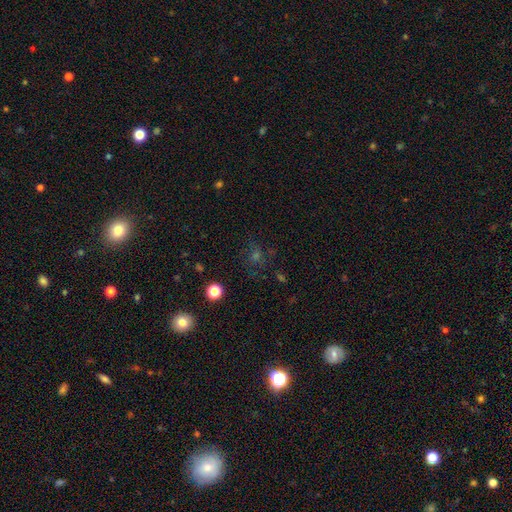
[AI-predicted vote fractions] Smooth or featured? Predicted: star or artifact (p=0.44).